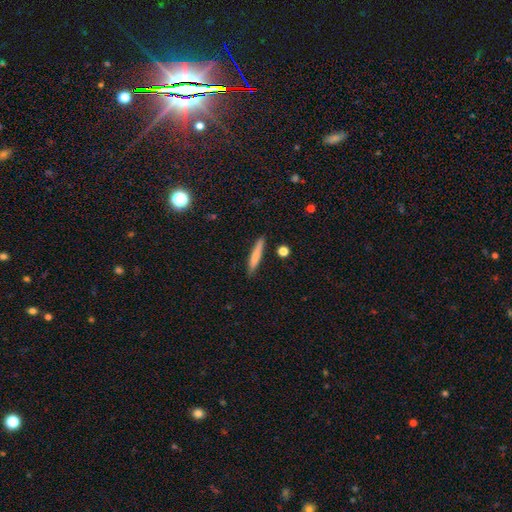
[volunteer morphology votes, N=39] Volunteers were most divided on "smooth or featured": smooth: 72%, featured or disk: 28%, star or artifact: 0%. More confident: how rounded — cigar-shaped (100%); merging — none (92%).